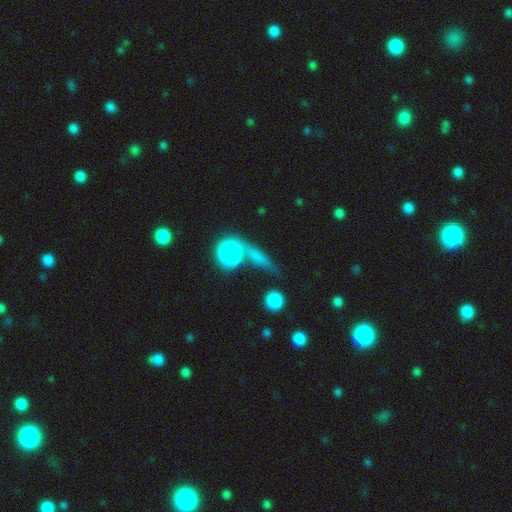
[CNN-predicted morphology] smooth 55%, star or artifact 24%, featured or disk 21%. Down the decision tree: how rounded — round (42%); merging — none (67%).